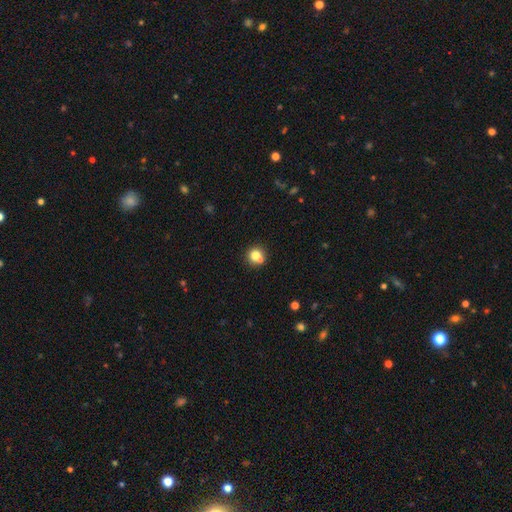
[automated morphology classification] A smooth galaxy with no disk features (77%) that is round (86%). Merging: none (59%).